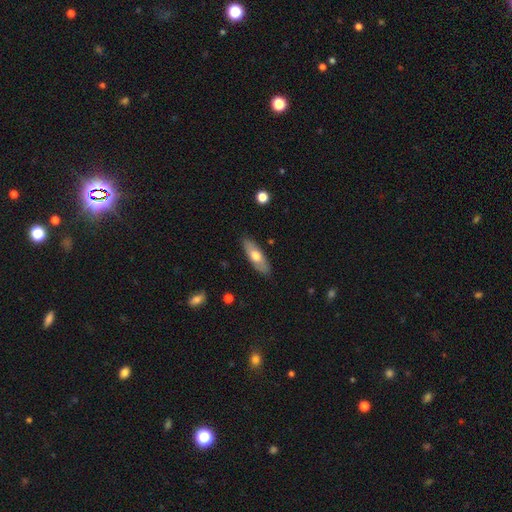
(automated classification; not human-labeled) Q: Smooth or featured?
A: smooth (62%); runner-up: featured or disk (32%)
Q: How rounded?
A: in between (66%); runner-up: cigar-shaped (32%)
Q: Merging?
A: none (86%); runner-up: minor disturbance (10%)